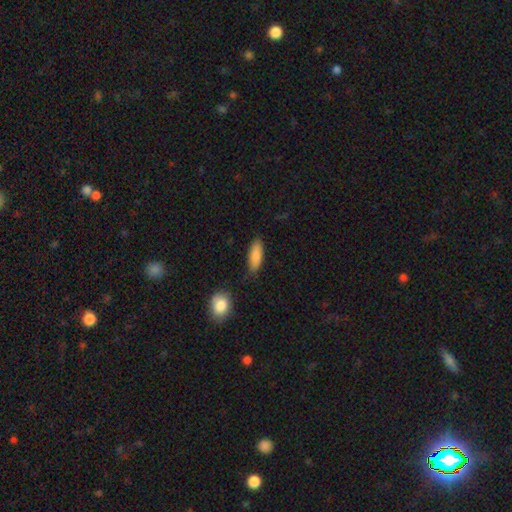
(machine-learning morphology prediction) This is clearly a smooth galaxy (86%). How rounded: likely in between (66%). Merging: clearly none (80%).